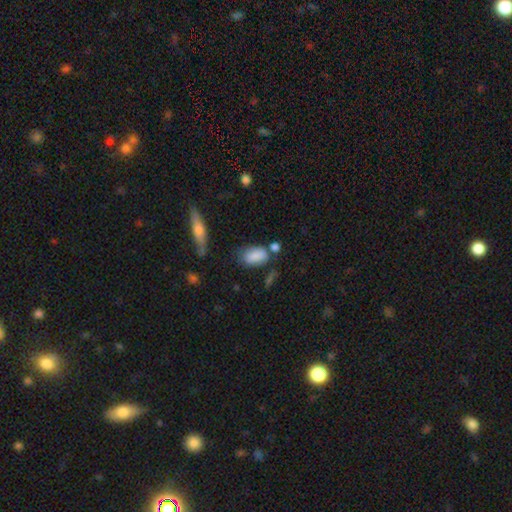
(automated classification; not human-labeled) Smooth or featured? smooth (84%)
How rounded? in between (91%)
Merging? none (57%)